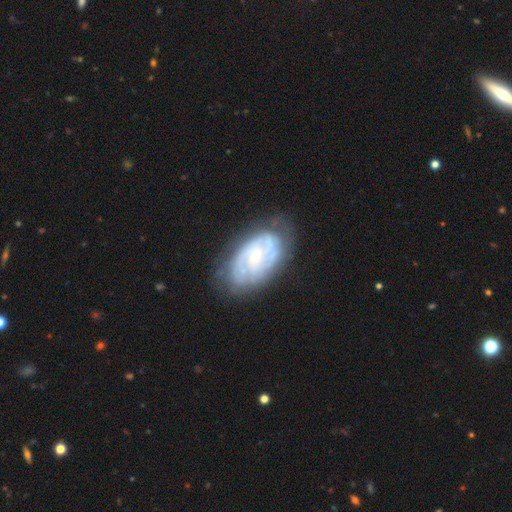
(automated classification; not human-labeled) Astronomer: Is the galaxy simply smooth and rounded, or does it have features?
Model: featured or disk — 77%.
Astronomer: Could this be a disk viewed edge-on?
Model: no — 96%.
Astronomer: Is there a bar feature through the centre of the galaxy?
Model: no — 61%.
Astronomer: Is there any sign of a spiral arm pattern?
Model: yes — 89%.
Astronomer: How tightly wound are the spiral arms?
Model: tight — 64%.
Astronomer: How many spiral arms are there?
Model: can't tell — 41% (runner-up: 2, 30%).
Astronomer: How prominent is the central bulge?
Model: small — 70%.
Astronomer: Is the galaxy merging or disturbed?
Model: none — 69%.